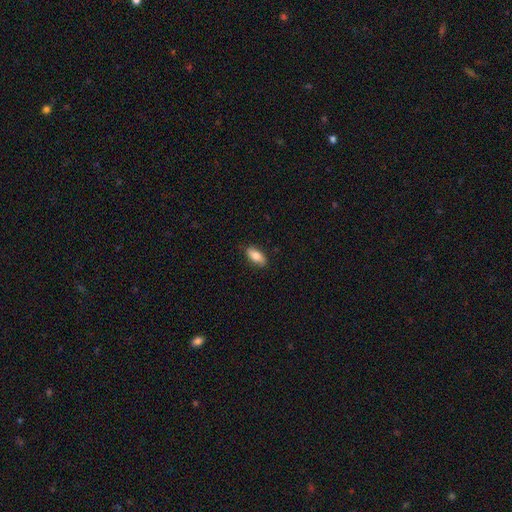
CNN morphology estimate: Smooth or featured: smooth — 80% (featured or disk — 14%)
How rounded: in between — 88% (cigar-shaped — 9%)
Merging: none — 86% (minor disturbance — 11%)